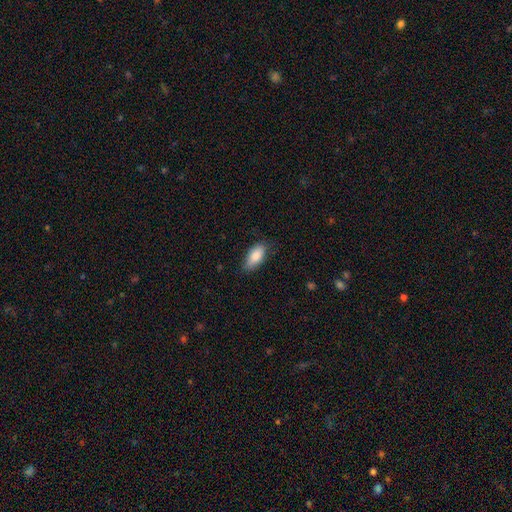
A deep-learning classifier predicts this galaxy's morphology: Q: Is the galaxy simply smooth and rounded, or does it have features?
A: smooth — 85%.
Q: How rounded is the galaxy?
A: in between — 88%.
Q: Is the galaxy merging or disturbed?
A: none — 76%.